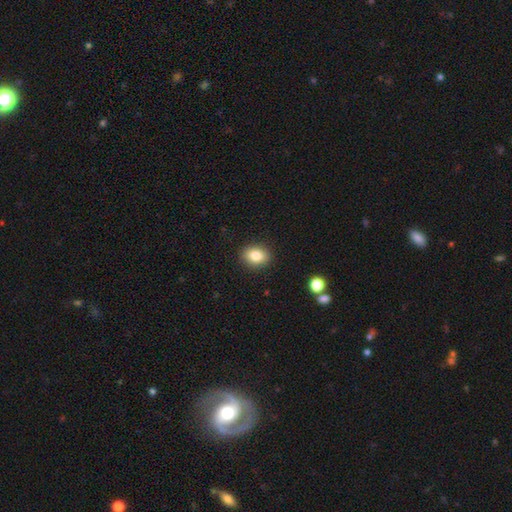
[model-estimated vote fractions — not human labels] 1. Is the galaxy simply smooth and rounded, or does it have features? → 84% smooth, 9% star or artifact, 7% featured or disk.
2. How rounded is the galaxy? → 63% in between, 36% round, 1% cigar-shaped.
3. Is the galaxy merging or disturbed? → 90% none, 7% minor disturbance, 2% major disturbance, 1% merger.